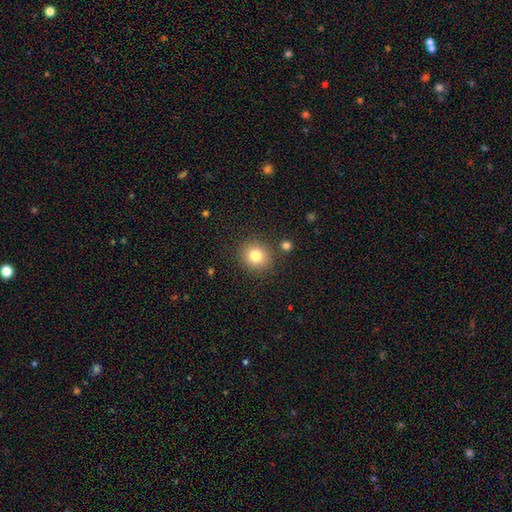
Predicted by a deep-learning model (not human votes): Overall: smooth (80%). How rounded: round (87%). Merging: none (86%).